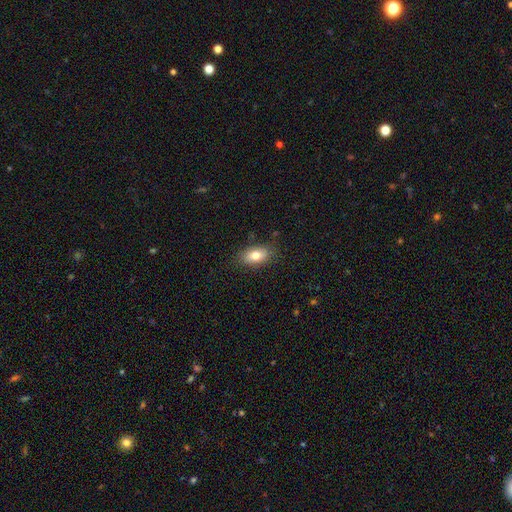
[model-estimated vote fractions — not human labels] Morphology: type=smooth (78%); roundness=in between (87%); merging=none (84%).